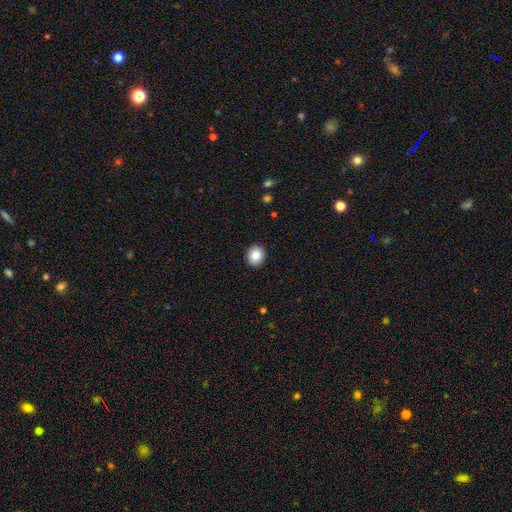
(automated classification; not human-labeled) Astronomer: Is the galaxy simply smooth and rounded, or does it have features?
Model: smooth — 86%.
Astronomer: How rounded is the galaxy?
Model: round — 73%.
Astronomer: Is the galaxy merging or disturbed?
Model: none — 92%.